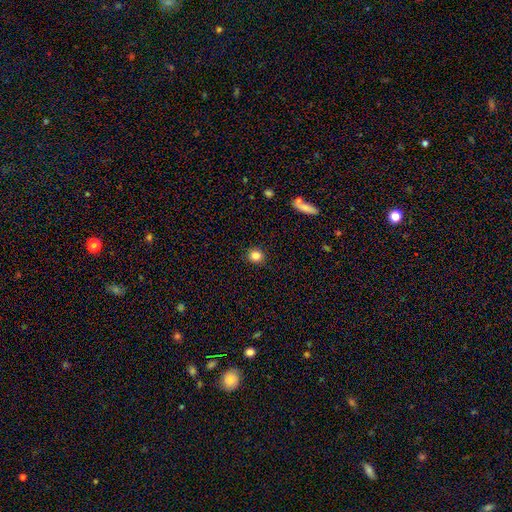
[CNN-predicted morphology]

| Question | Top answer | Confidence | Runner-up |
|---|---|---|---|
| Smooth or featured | smooth | 84% | star or artifact (11%) |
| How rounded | round | 90% | in between (9%) |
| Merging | none | 92% | minor disturbance (5%) |